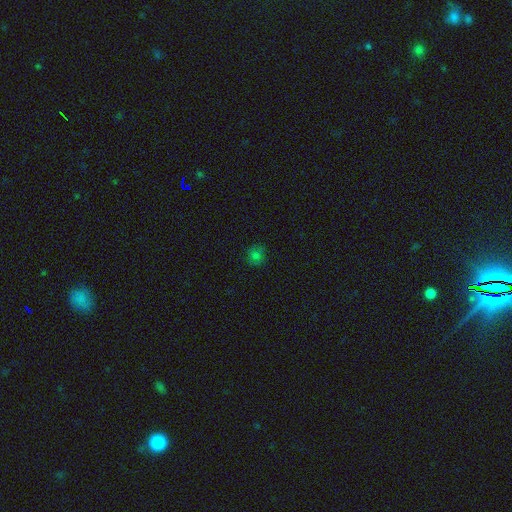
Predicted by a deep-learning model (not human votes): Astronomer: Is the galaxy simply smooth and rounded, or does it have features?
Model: smooth — 73%.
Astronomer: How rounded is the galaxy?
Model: round — 82%.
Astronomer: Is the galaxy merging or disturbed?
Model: none — 83%.